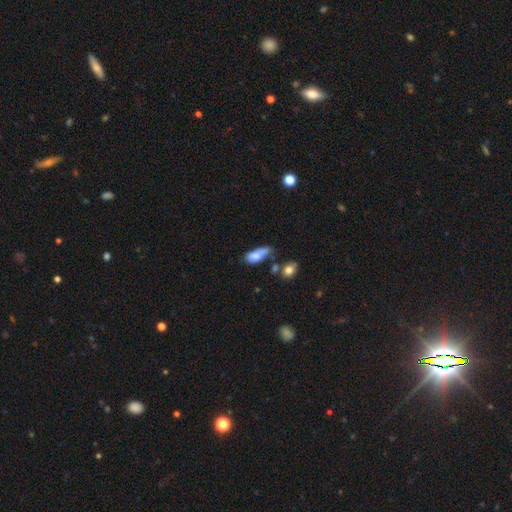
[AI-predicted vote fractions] Smooth or featured? smooth (71%)
How rounded? in between (80%)
Merging? minor disturbance (32%)